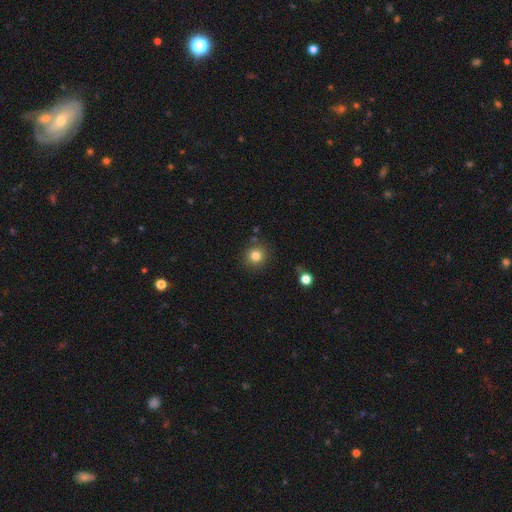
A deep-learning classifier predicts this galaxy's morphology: The model was most divided on "smooth or featured": smooth: 81%, star or artifact: 12%, featured or disk: 7%. More confident: how rounded — round (92%); merging — none (86%).